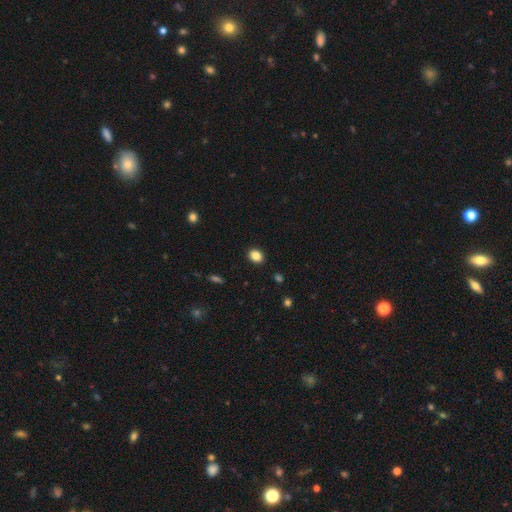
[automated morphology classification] smooth_or_featured: smooth (p=0.87) [alt: star or artifact p=0.10]
how_rounded: in between (p=0.58) [alt: round p=0.41]
merging: none (p=0.89) [alt: minor disturbance p=0.08]